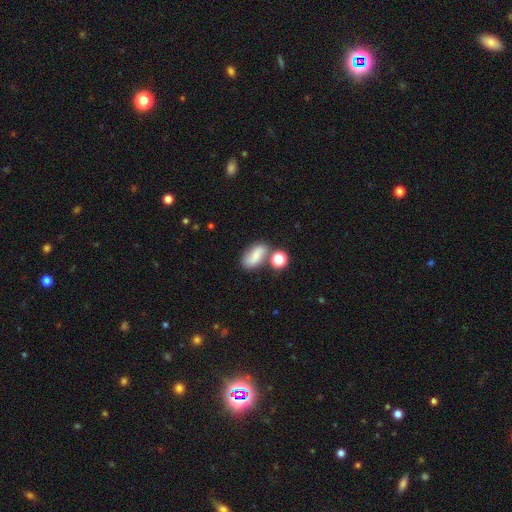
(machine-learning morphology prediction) A smooth galaxy with no disk features (68%) that is in between round and cigar-shaped (82%). Merging: none (52%).